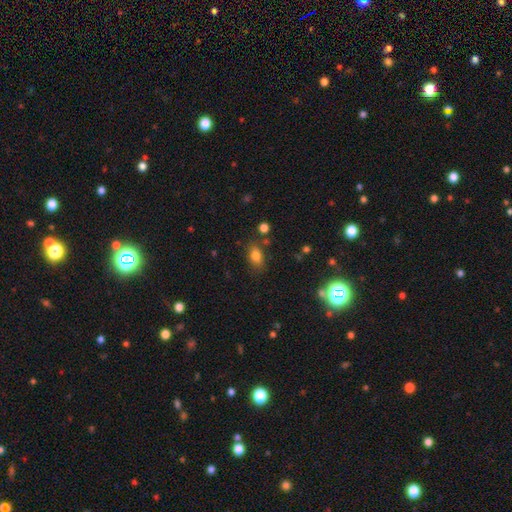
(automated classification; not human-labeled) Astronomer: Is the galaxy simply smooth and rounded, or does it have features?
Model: smooth — 80%.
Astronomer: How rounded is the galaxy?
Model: in between — 82%.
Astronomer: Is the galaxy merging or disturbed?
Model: none — 78%.